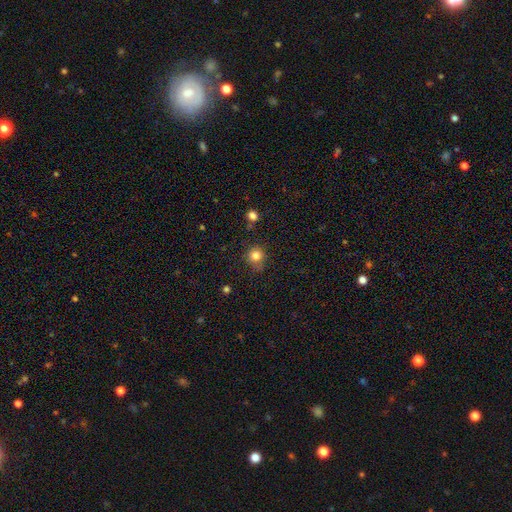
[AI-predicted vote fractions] Smooth or featured? Predicted: smooth (p=0.82). How rounded? Predicted: round (p=0.87). Merging? Predicted: none (p=0.72).